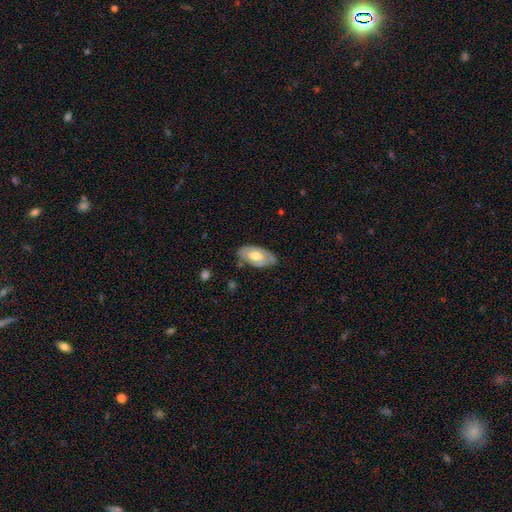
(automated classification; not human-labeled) A featured or disk galaxy (48%).

Vote fractions:
- Smooth or featured? featured or disk: 48% / smooth: 46% / star or artifact: 5%
- Merging? none: 69% / minor disturbance: 24% / major disturbance: 5% / merger: 2%